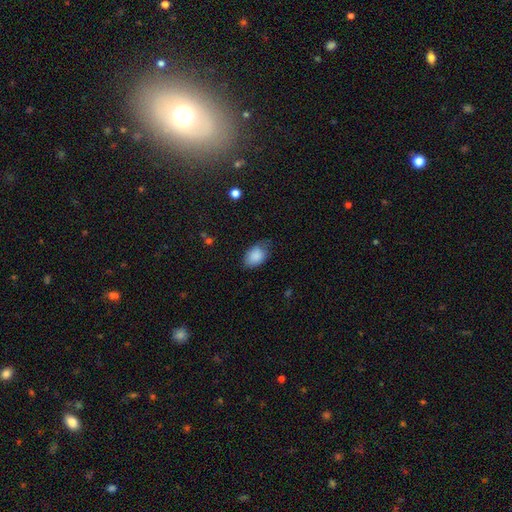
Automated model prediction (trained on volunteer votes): Smooth or featured: smooth — 87% (star or artifact — 7%)
How rounded: in between — 87% (round — 12%)
Merging: none — 61% (minor disturbance — 30%)